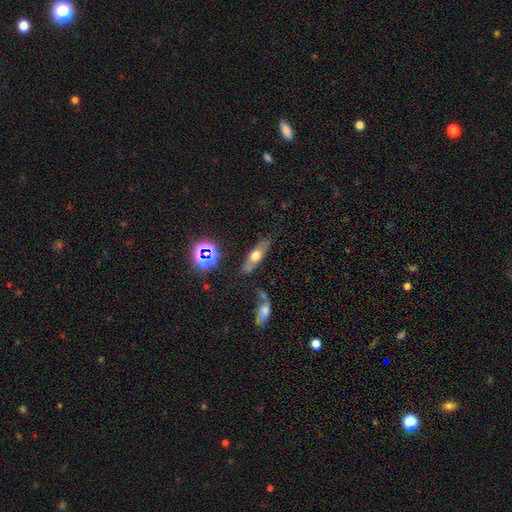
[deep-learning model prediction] smooth_or_featured: smooth (p=0.46) [alt: featured or disk p=0.42]
merging: none (p=0.76) [alt: minor disturbance p=0.15]